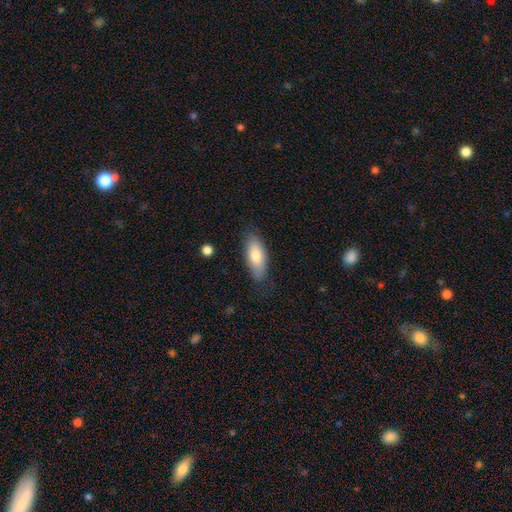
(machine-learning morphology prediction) A smooth galaxy with no disk features (78%) that is in between round and cigar-shaped (77%).

Vote fractions:
- Smooth or featured? smooth: 78% / featured or disk: 16% / star or artifact: 6%
- How rounded? in between: 77% / cigar-shaped: 20% / round: 2%
- Merging? none: 81% / minor disturbance: 15% / major disturbance: 3% / merger: 1%